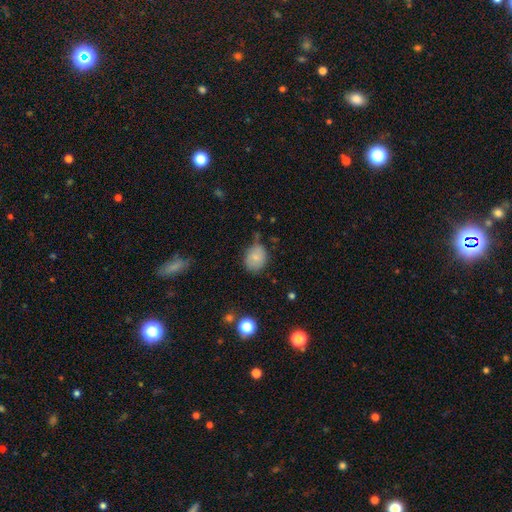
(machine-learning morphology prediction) Q: Smooth or featured?
A: smooth (78%); runner-up: featured or disk (12%)
Q: How rounded?
A: round (57%); runner-up: in between (42%)
Q: Merging?
A: none (63%); runner-up: minor disturbance (27%)